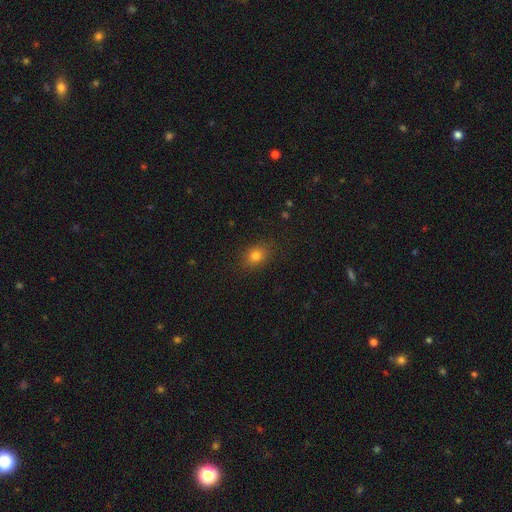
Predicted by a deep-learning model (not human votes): Smooth or featured: smooth — 79% (star or artifact — 13%)
How rounded: in between — 66% (round — 32%)
Merging: none — 85% (minor disturbance — 11%)